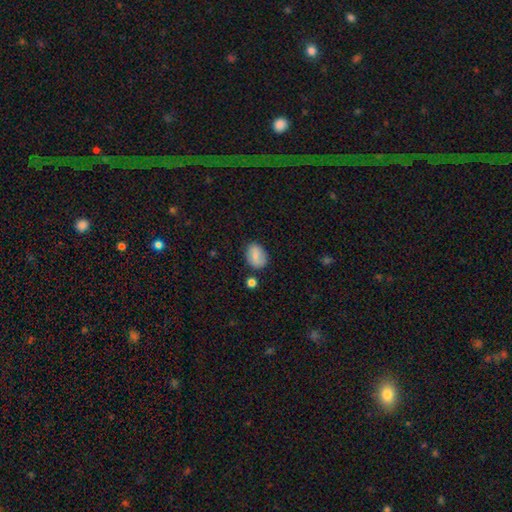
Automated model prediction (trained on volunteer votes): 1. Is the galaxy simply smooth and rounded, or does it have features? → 67% smooth, 24% featured or disk, 9% star or artifact.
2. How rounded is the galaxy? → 63% in between, 36% round, 1% cigar-shaped.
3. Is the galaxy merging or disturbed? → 76% none, 16% minor disturbance, 4% merger, 4% major disturbance.